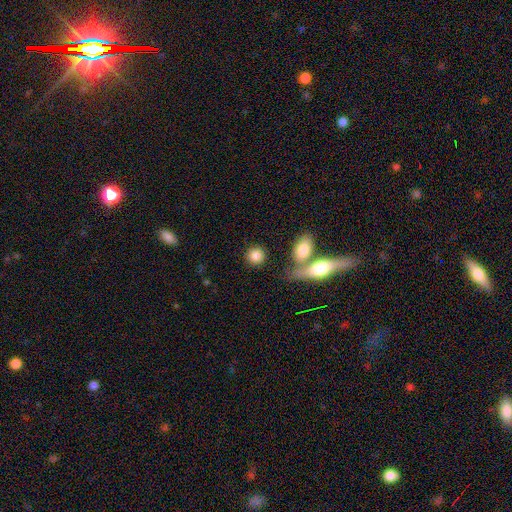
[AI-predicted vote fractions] Overall: smooth (83%). How rounded: round (84%). Merging: none (76%).